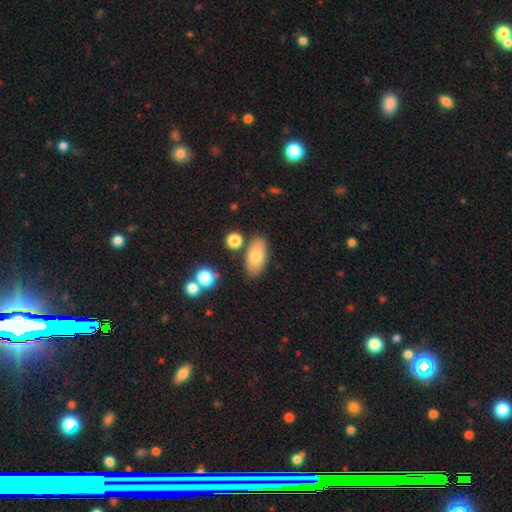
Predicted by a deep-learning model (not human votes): Smooth or featured?
  - smooth: 78% *
  - featured or disk: 15%
  - star or artifact: 7%
How rounded?
  - in between: 91% *
  - cigar-shaped: 5%
  - round: 4%
Merging?
  - none: 80% *
  - minor disturbance: 11%
  - merger: 6%
  - major disturbance: 3%